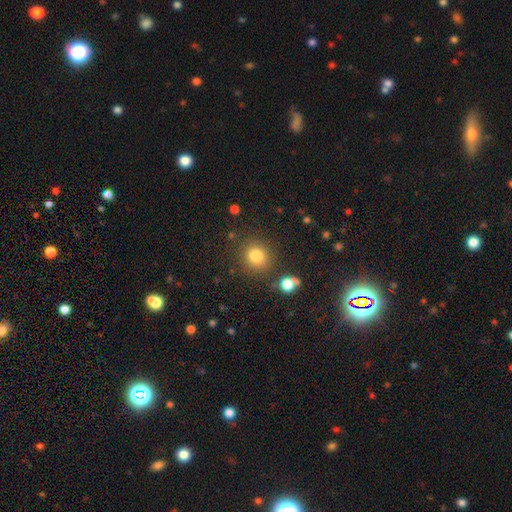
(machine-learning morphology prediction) smooth 81%, star or artifact 13%, featured or disk 6%. Down the decision tree: how rounded — round (83%); merging — none (81%).